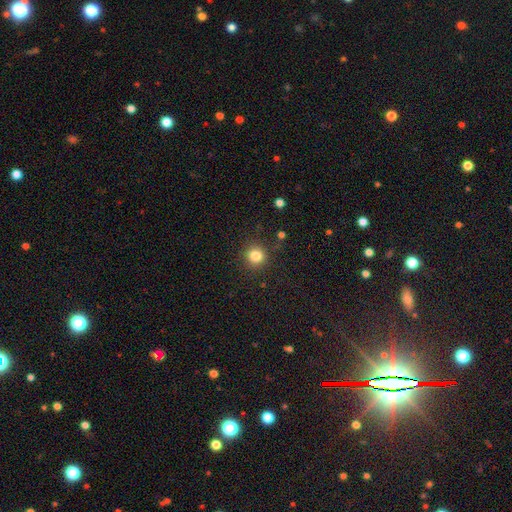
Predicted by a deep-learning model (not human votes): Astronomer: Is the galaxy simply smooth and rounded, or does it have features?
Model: smooth — 83%.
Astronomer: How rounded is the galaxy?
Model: round — 93%.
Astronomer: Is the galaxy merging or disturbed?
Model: none — 88%.